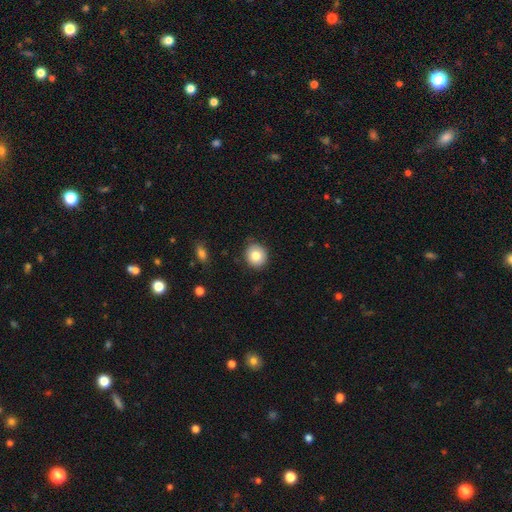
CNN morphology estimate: A smooth galaxy with no disk features (81%) that is round (85%).

Vote fractions:
- Smooth or featured? smooth: 81% / featured or disk: 10% / star or artifact: 9%
- How rounded? round: 85% / in between: 14% / cigar-shaped: 1%
- Merging? none: 85% / minor disturbance: 12% / major disturbance: 2% / merger: 1%